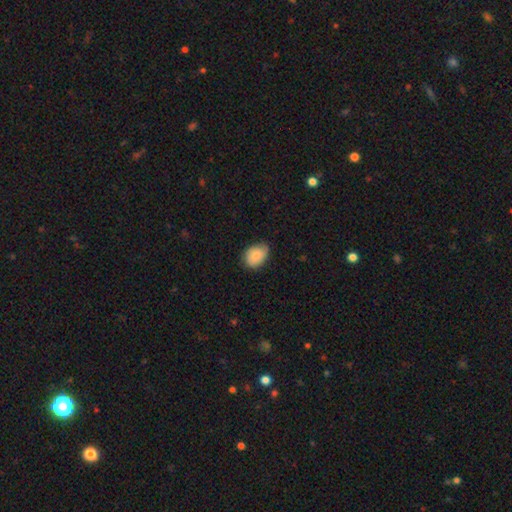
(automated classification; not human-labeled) smooth_or_featured: smooth (p=0.80) [alt: featured or disk p=0.13]
how_rounded: in between (p=0.75) [alt: round p=0.24]
merging: none (p=0.69) [alt: minor disturbance p=0.26]